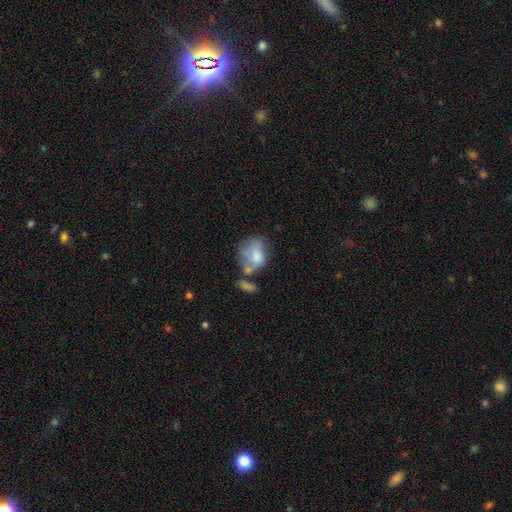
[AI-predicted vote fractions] Q: Smooth or featured?
A: smooth (64%); runner-up: featured or disk (27%)
Q: How rounded?
A: in between (67%); runner-up: round (31%)
Q: Merging?
A: merger (33%); runner-up: none (25%)